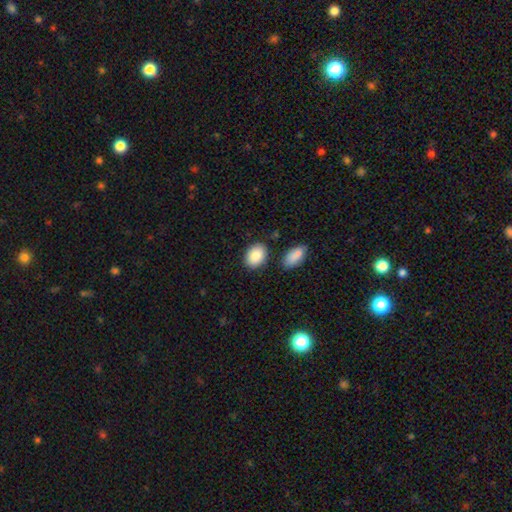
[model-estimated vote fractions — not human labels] smooth-or-featured: smooth: 87% | star or artifact: 6% | featured or disk: 6%
  how-rounded: in between: 80% | round: 19% | cigar-shaped: 1%
  merging: none: 81% | minor disturbance: 10% | merger: 6% | major disturbance: 3%